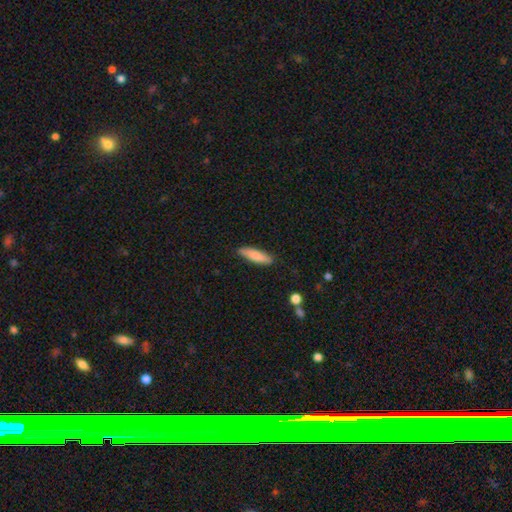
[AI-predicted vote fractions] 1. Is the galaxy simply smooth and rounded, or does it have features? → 82% smooth, 12% featured or disk, 6% star or artifact.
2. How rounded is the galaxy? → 72% cigar-shaped, 26% in between, 1% round.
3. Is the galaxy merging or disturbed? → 84% none, 12% minor disturbance, 2% major disturbance, 1% merger.